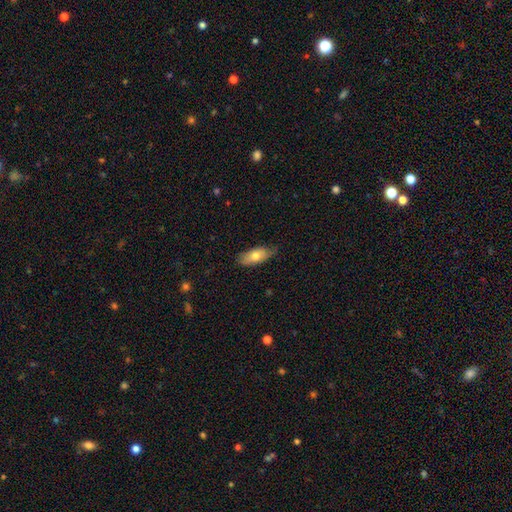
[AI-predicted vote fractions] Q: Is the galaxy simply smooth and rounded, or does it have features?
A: smooth — 68%.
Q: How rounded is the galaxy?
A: in between — 81%.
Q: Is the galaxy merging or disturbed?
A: none — 73%.